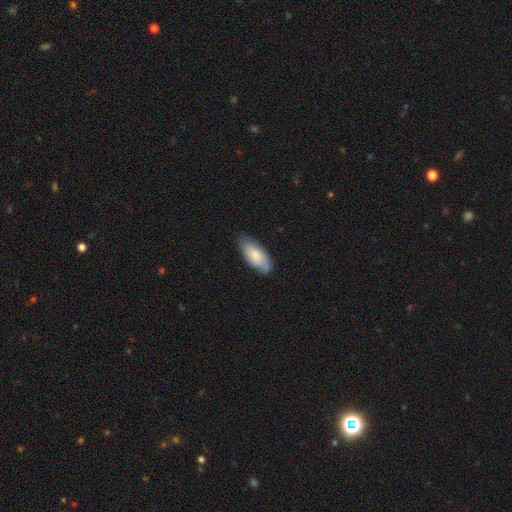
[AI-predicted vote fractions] Smooth or featured? smooth (73%)
How rounded? in between (87%)
Merging? none (68%)